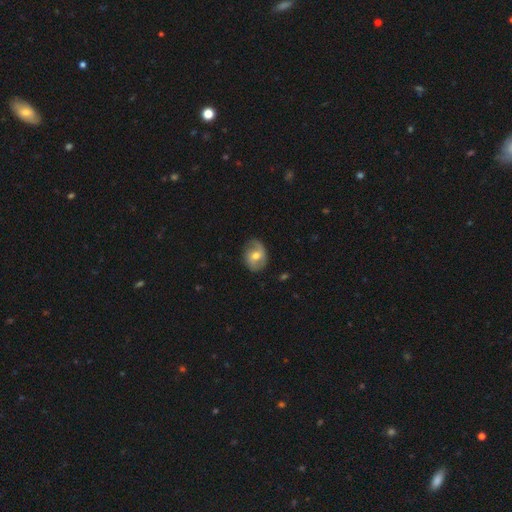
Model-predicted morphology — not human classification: Q: Smooth or featured?
A: featured or disk (49%); runner-up: smooth (43%)
Q: Merging?
A: none (71%); runner-up: minor disturbance (22%)